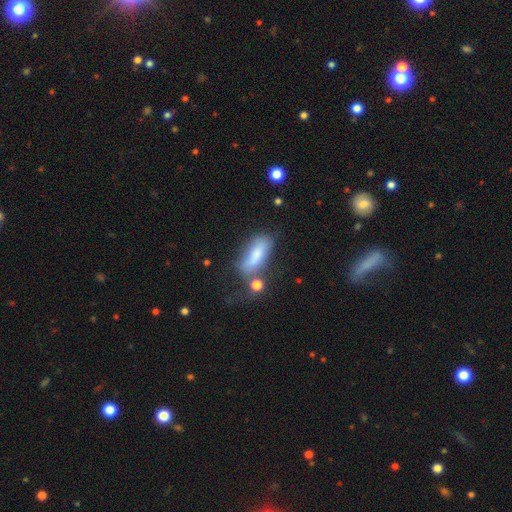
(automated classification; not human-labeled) This is likely a smooth galaxy (74%). How rounded: likely in between (72%). Merging: marginally none (42%).